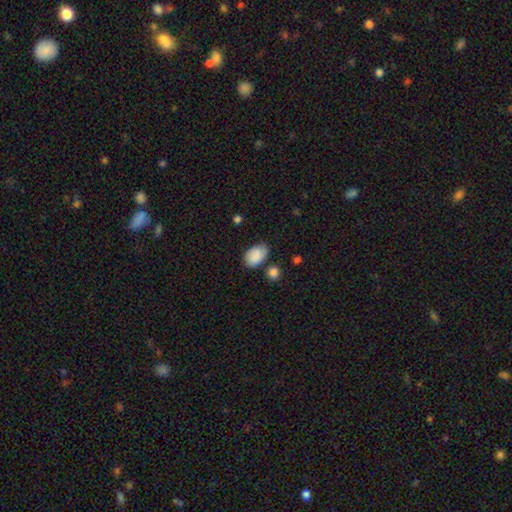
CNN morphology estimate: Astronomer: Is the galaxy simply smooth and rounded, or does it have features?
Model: smooth — 85%.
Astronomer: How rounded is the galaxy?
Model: in between — 87%.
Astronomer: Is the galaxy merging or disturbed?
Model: none — 62%.